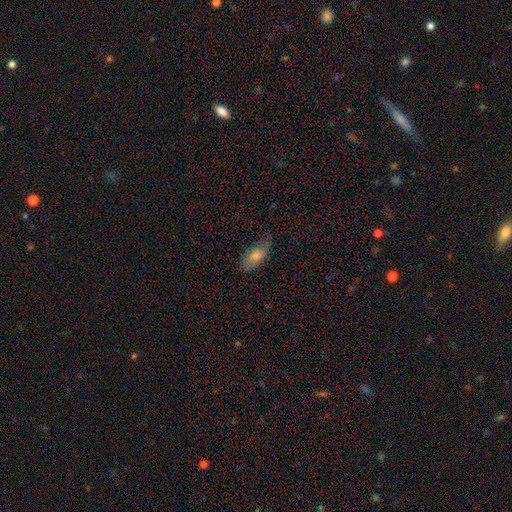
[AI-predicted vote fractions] Morphology: type=smooth (72%); roundness=in between (89%); merging=none (53%).